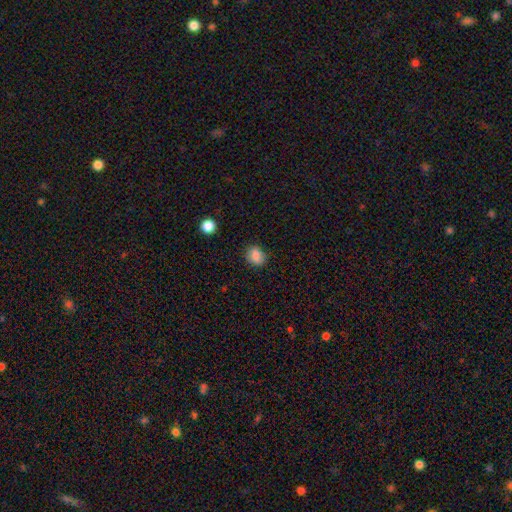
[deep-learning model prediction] Smooth or featured? Predicted: smooth (p=0.84). How rounded? Predicted: round (p=0.56). Merging? Predicted: none (p=0.80).